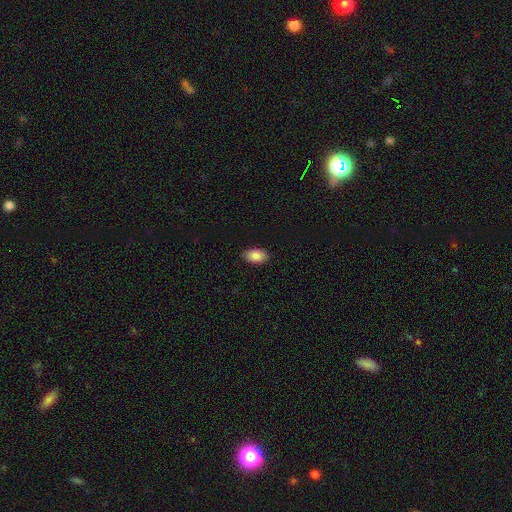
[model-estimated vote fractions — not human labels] Smooth or featured? Predicted: smooth (p=0.87). How rounded? Predicted: in between (p=0.92). Merging? Predicted: none (p=0.88).